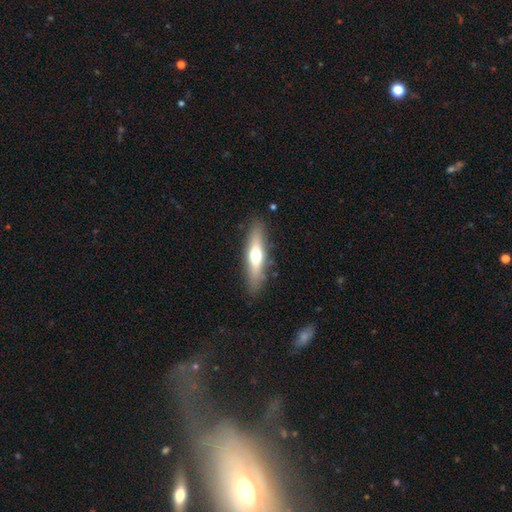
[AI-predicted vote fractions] Smooth or featured? Predicted: smooth (p=0.49). Merging? Predicted: none (p=0.86).